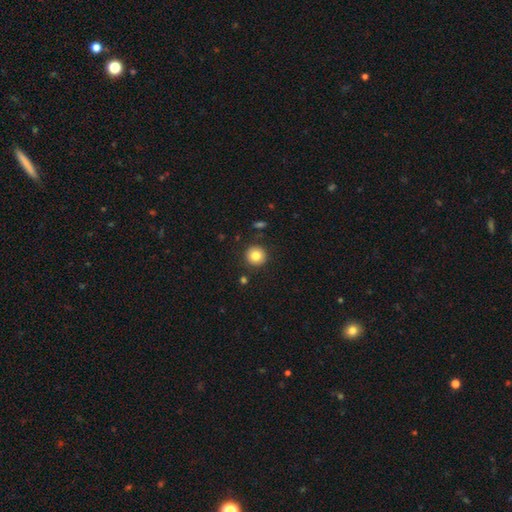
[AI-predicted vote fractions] Smooth or featured?
  - smooth: 83% *
  - star or artifact: 10%
  - featured or disk: 7%
How rounded?
  - round: 94% *
  - in between: 5%
  - cigar-shaped: 1%
Merging?
  - none: 90% *
  - minor disturbance: 6%
  - major disturbance: 2%
  - merger: 2%